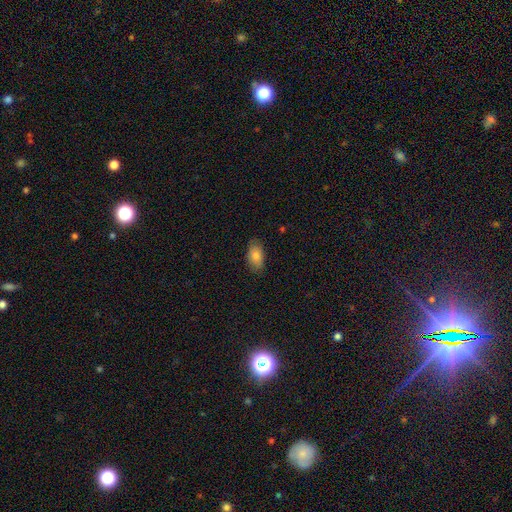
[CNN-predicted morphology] Smooth or featured: smooth — 83% (featured or disk — 10%)
How rounded: in between — 92% (round — 5%)
Merging: none — 84% (minor disturbance — 12%)